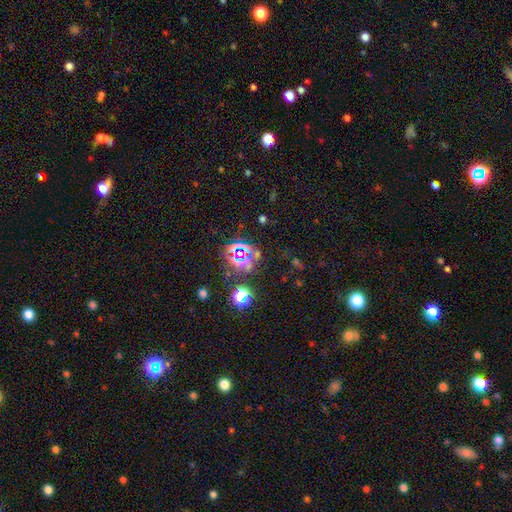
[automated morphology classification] Smooth or featured? Predicted: star or artifact (p=0.77).